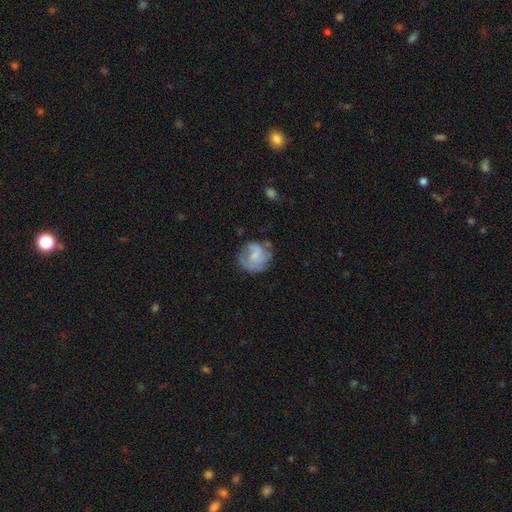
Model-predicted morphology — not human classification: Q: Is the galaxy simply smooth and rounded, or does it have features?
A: smooth — 48%.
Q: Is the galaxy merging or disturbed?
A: none — 56%.